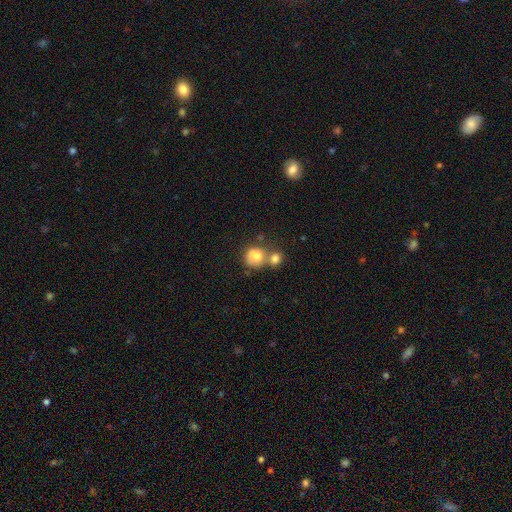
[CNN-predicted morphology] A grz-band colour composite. It shows a smooth galaxy with no disk features (78%) that is round (74%). Merging: merger (52%).